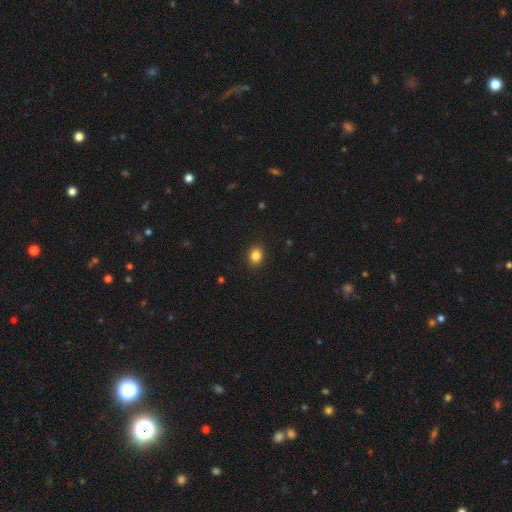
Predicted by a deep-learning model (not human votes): Smooth or featured: smooth — 85% (star or artifact — 11%)
How rounded: round — 62% (in between — 38%)
Merging: none — 91% (minor disturbance — 6%)